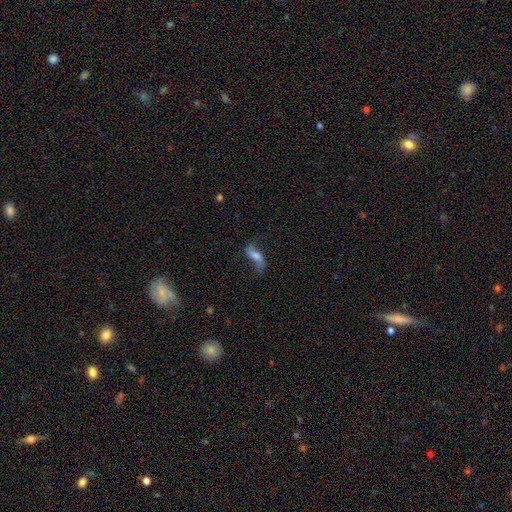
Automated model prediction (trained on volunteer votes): Smooth or featured: featured or disk — 46% (smooth — 44%)
Merging: none — 52% (minor disturbance — 25%)